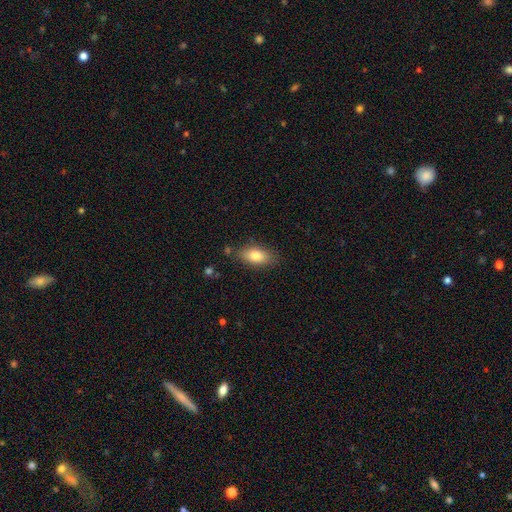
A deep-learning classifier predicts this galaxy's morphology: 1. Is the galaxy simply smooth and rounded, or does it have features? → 79% smooth, 13% featured or disk, 8% star or artifact.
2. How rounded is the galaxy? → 86% in between, 8% cigar-shaped, 6% round.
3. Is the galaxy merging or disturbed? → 80% none, 14% minor disturbance, 3% major disturbance, 3% merger.